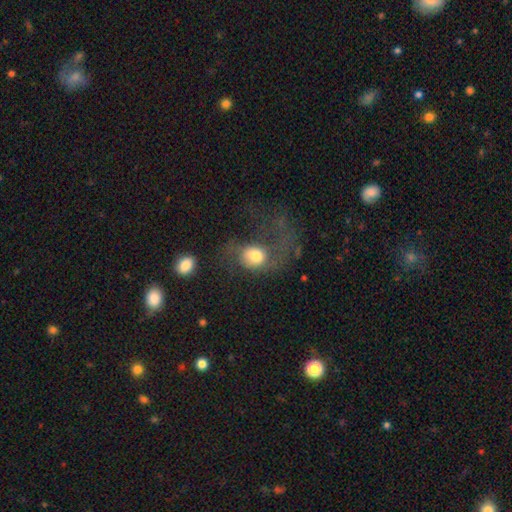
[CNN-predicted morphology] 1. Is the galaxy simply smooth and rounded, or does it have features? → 64% smooth, 26% featured or disk, 10% star or artifact.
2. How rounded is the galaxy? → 49% in between (tied), 49% round (tied), 2% cigar-shaped.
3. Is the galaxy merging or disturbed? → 60% major disturbance, 20% none, 15% minor disturbance, 6% merger.